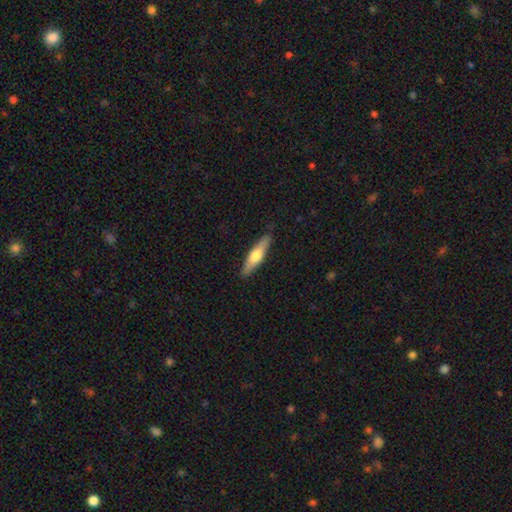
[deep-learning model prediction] This appears to be a smooth galaxy with no disk features (57%) that is cigar-shaped (74%). Merging: none (88%).